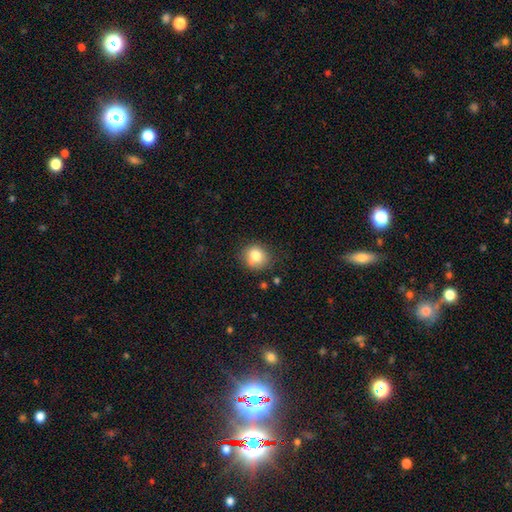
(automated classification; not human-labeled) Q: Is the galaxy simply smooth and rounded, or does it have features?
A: smooth — 80%.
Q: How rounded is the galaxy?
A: round — 81%.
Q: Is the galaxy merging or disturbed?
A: none — 72%.